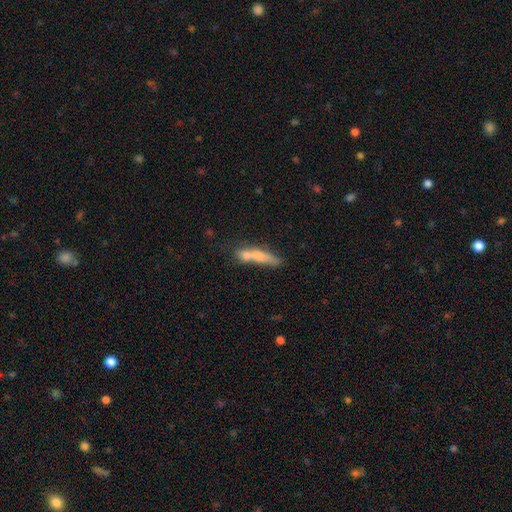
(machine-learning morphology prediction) A smooth galaxy with no disk features (64%) that is cigar-shaped (78%). Merging: none (41%).